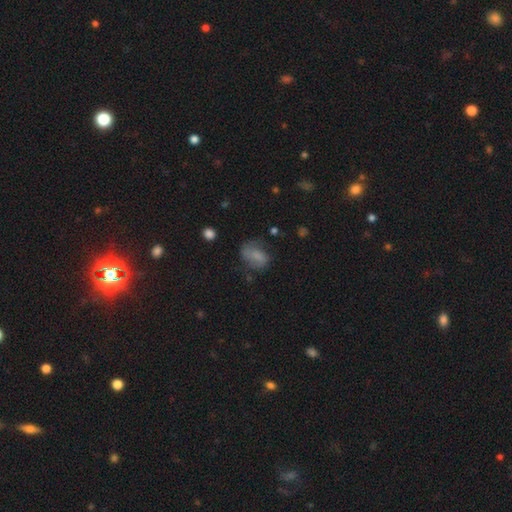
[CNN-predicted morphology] The model was most divided on "merging": none: 48%, minor disturbance: 29%, major disturbance: 20%, merger: 3%. More confident: how rounded — in between (79%); smooth or featured — smooth (68%).